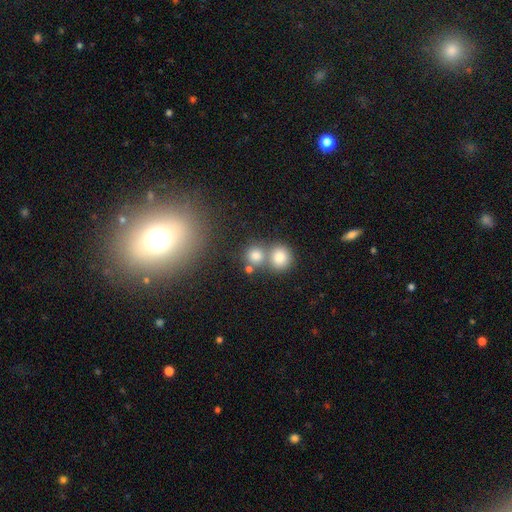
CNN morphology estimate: smooth-or-featured: smooth: 79% | star or artifact: 13% | featured or disk: 8%
  how-rounded: round: 88% | in between: 11% | cigar-shaped: 1%
  merging: none: 53% | merger: 36% | minor disturbance: 7% | major disturbance: 3%